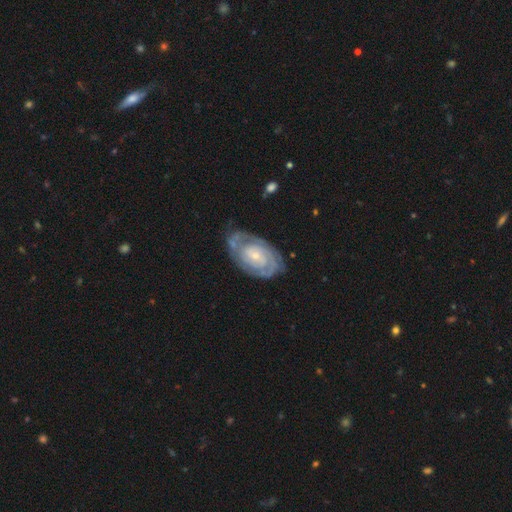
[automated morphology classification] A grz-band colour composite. It shows a featured or disk galaxy (84%) with no bar (67%), 2 (36%) tight (77%) spiral arms (94%) and a small central bulge (74%). Merging: none (68%).